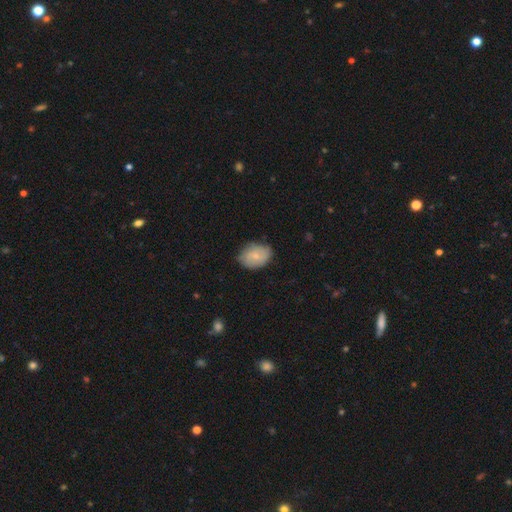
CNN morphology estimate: This appears to be a smooth galaxy with no disk features (68%) that is in between round and cigar-shaped (70%). Merging: none (70%).